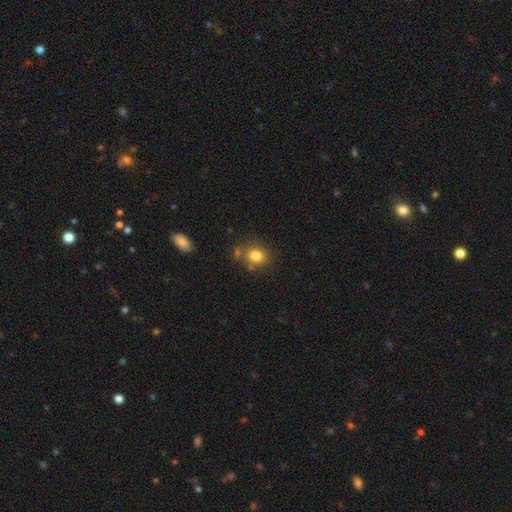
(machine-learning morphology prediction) Q: Smooth or featured?
A: smooth (81%); runner-up: star or artifact (11%)
Q: How rounded?
A: round (69%); runner-up: in between (30%)
Q: Merging?
A: none (70%); runner-up: minor disturbance (15%)